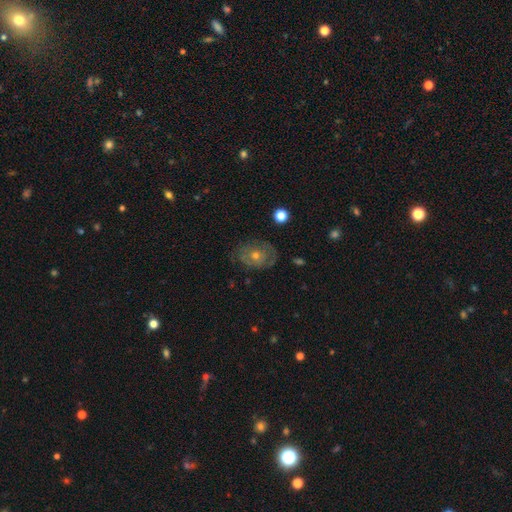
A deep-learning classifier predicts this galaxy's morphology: This is possibly a featured or disk galaxy (59%). It is clearly not viewed edge-on (94%). Bar: clearly no (87%). Spiral arm pattern: possibly yes (58%). Central bulge: possibly moderate (50%). Merging: likely none (75%).